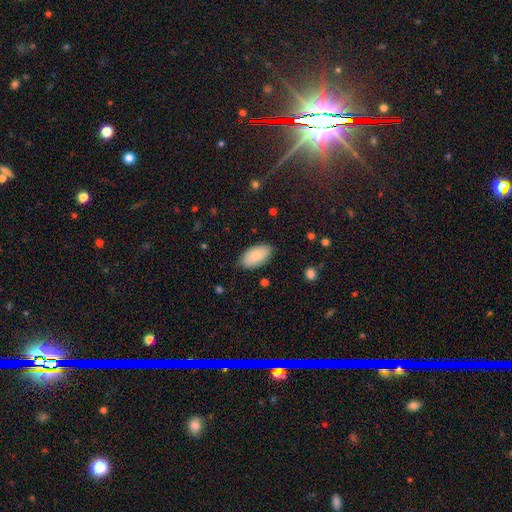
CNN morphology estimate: Smooth or featured? smooth (83%)
How rounded? in between (95%)
Merging? none (83%)